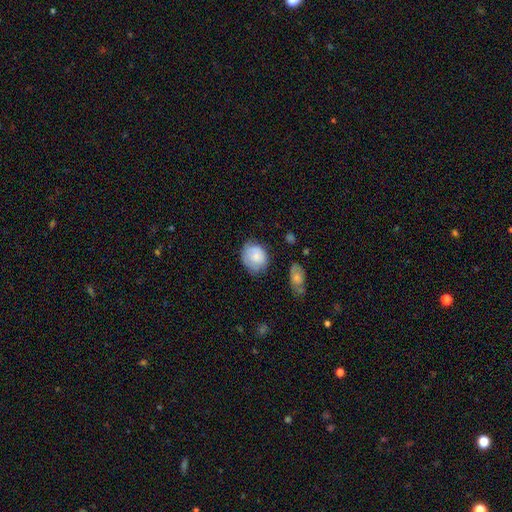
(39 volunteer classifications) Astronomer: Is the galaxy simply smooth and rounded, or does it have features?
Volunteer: smooth — 77%.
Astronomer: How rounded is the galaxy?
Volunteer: round — 60% (runner-up: in between, 40%).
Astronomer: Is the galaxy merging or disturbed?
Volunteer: none — 66%.